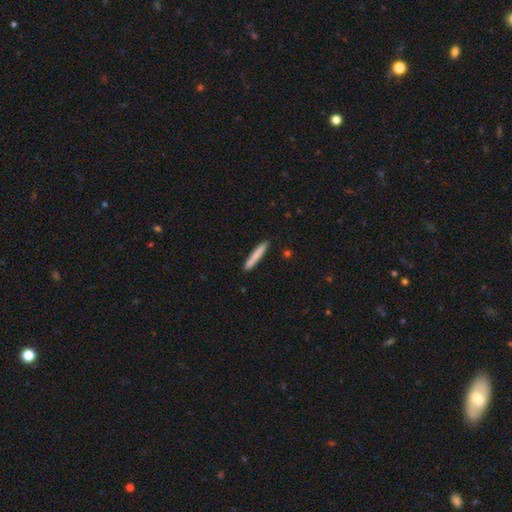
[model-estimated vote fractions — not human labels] Overall: smooth (80%). How rounded: cigar-shaped (95%). Merging: none (89%).